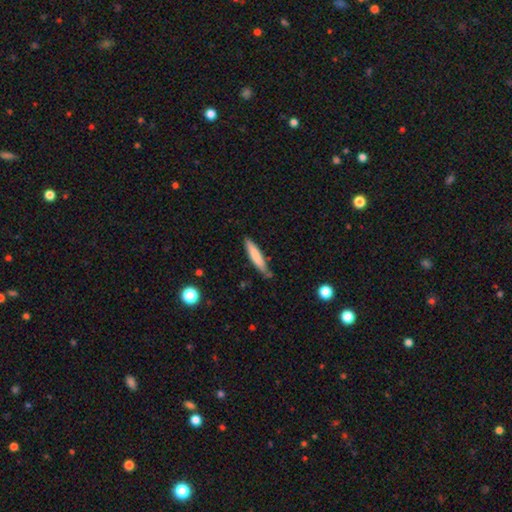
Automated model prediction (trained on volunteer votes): smooth 77%, featured or disk 17%, star or artifact 6%. Down the decision tree: how rounded — cigar-shaped (89%); merging — none (73%).